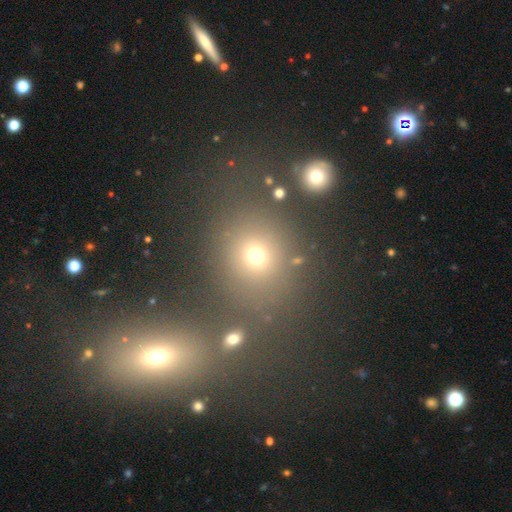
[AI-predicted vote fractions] Smooth or featured: smooth — 66% (star or artifact — 24%)
How rounded: round — 68% (in between — 30%)
Merging: none — 68% (merger — 16%)